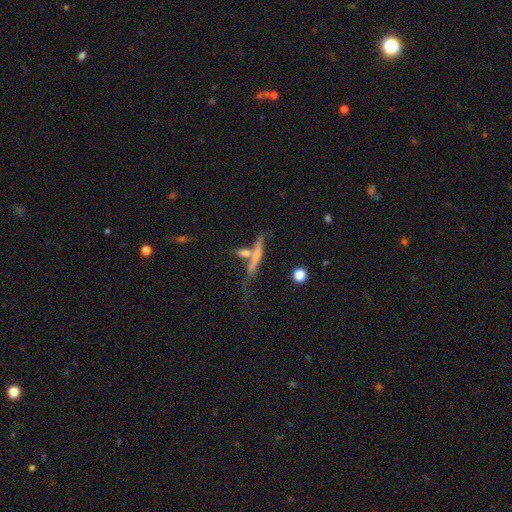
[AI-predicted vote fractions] A featured or disk galaxy (46%).

Vote fractions:
- Smooth or featured? featured or disk: 46% / smooth: 44% / star or artifact: 9%
- Merging? none: 42% / merger: 32% / minor disturbance: 16% / major disturbance: 10%